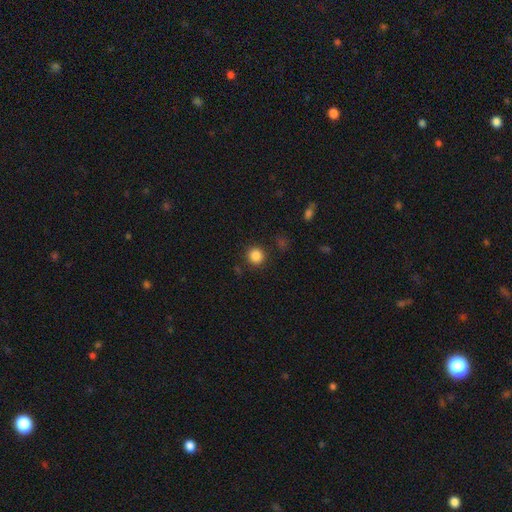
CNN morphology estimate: smooth 85%, star or artifact 11%, featured or disk 4%. Down the decision tree: how rounded — round (91%); merging — none (88%).